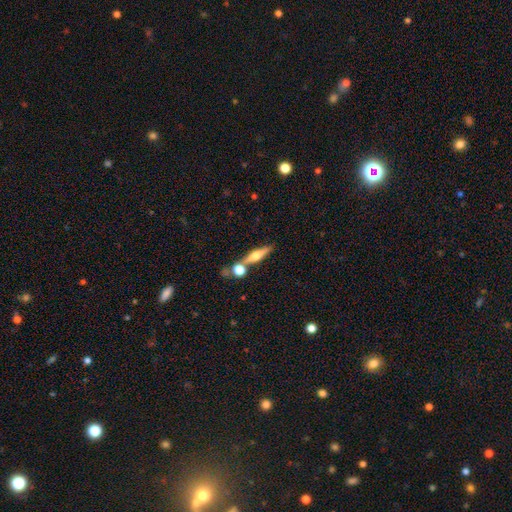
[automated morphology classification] The model was most divided on "smooth or featured": featured or disk: 55%, smooth: 37%, star or artifact: 8%. More confident: edge-on disk — yes (93%); edge-on bulge — rounded (91%); merging — none (65%).